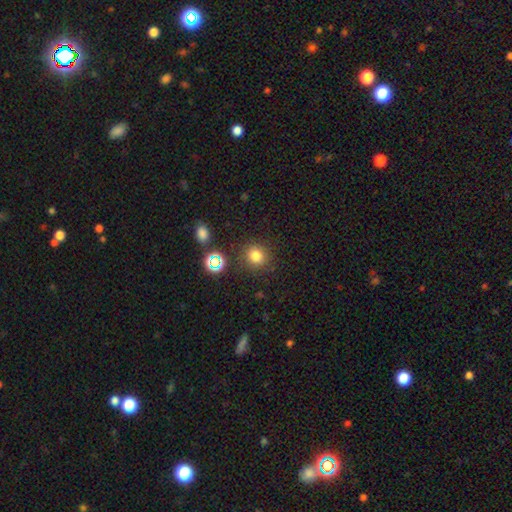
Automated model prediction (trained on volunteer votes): This is likely a smooth galaxy (76%). How rounded: clearly round (85%). Merging: clearly none (84%).